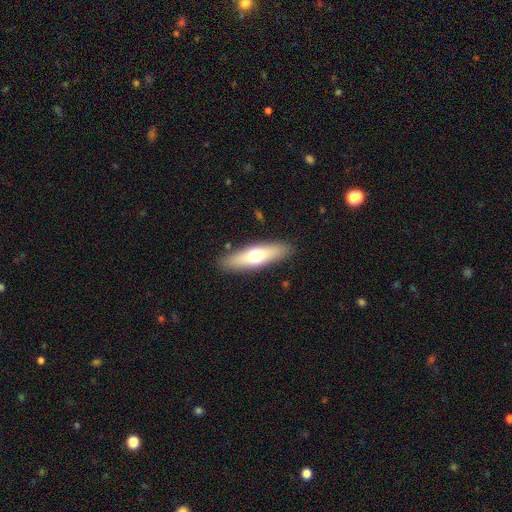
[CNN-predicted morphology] Smooth or featured? smooth (60%)
How rounded? cigar-shaped (57%)
Merging? none (88%)